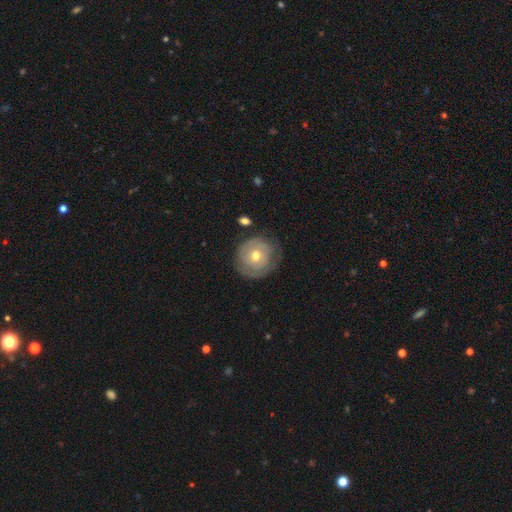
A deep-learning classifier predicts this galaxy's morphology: smooth-or-featured: featured or disk: 47% | smooth: 45% | star or artifact: 7%
  merging: none: 69% | minor disturbance: 21% | major disturbance: 8% | merger: 2%